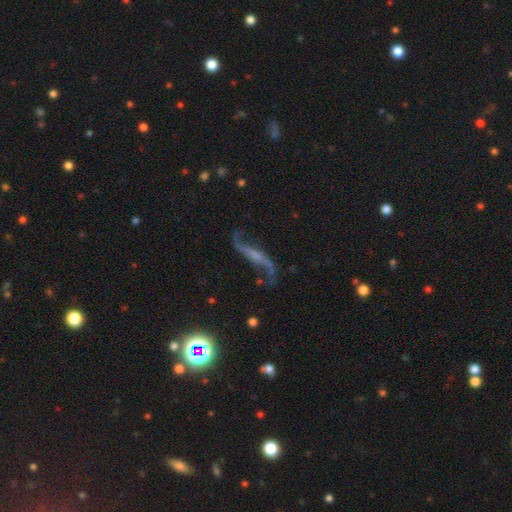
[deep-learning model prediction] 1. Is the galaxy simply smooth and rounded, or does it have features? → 82% featured or disk, 9% star or artifact, 8% smooth.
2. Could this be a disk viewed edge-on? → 85% no, 15% yes.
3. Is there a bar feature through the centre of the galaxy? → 35% weak, 33% no, 32% strong.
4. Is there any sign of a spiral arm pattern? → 95% yes, 5% no.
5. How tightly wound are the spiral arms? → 91% loose, 7% medium, 2% tight.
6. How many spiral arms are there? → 93% 2, 2% 1, 2% can't tell, 1% 3, 1% 4, 1% more than 4.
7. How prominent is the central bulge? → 44% none, 32% small, 17% moderate, 5% large, 2% dominant.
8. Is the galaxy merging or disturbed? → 72% none, 15% minor disturbance, 10% major disturbance, 3% merger.